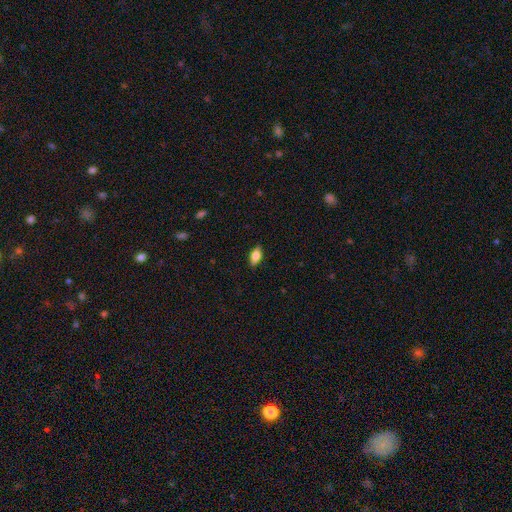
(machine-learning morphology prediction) Q: Smooth or featured?
A: smooth (73%); runner-up: featured or disk (20%)
Q: How rounded?
A: in between (85%); runner-up: cigar-shaped (11%)
Q: Merging?
A: none (86%); runner-up: minor disturbance (11%)